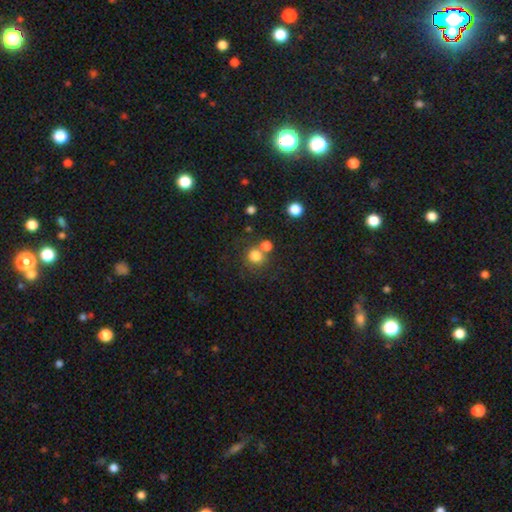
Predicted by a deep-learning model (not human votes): Overall: smooth (79%). How rounded: round (87%). Merging: none (61%; merger 25%).